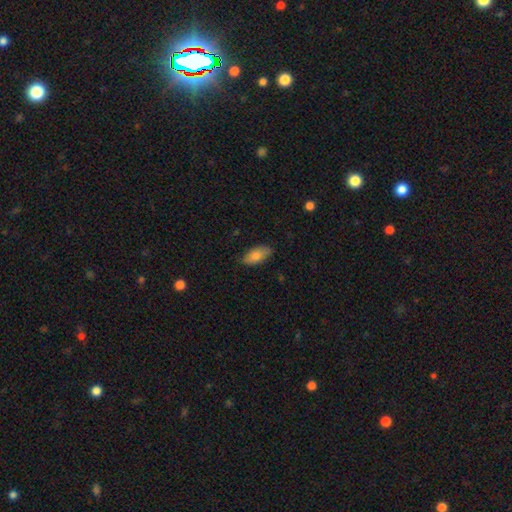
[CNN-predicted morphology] A smooth galaxy with no disk features (81%) that is in between round and cigar-shaped (92%). Merging: none (81%).